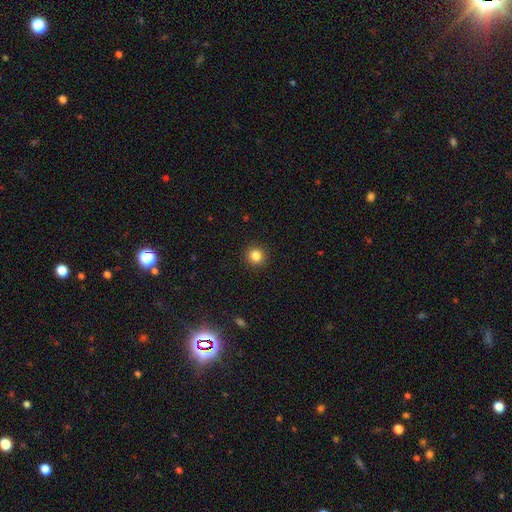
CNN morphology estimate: Q: Smooth or featured?
A: smooth (84%); runner-up: star or artifact (11%)
Q: How rounded?
A: round (94%); runner-up: in between (5%)
Q: Merging?
A: none (92%); runner-up: minor disturbance (5%)